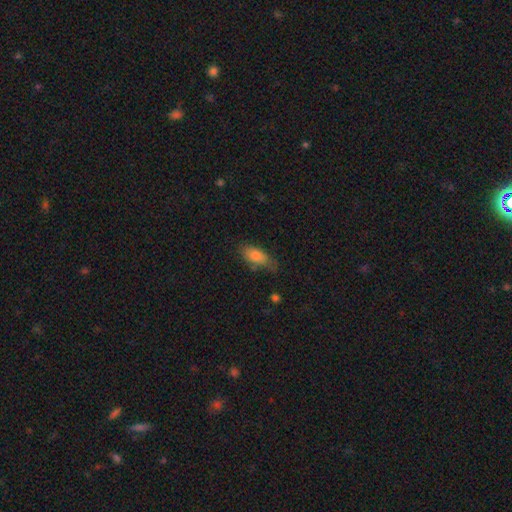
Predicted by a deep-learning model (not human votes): Smooth or featured? Predicted: smooth (p=0.82). How rounded? Predicted: in between (p=0.85). Merging? Predicted: none (p=0.61).